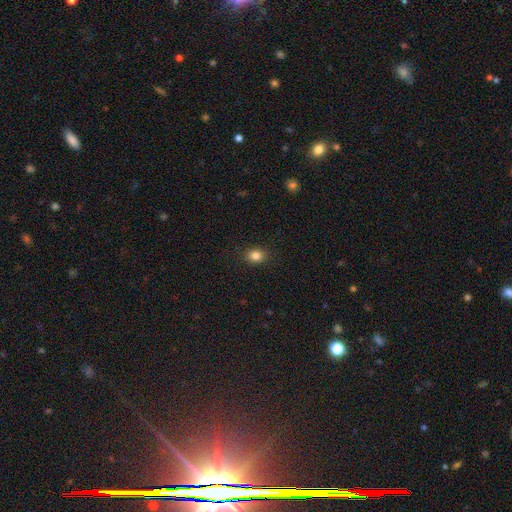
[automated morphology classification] Q: Smooth or featured?
A: smooth (83%); runner-up: star or artifact (11%)
Q: How rounded?
A: round (54%); runner-up: in between (45%)
Q: Merging?
A: none (89%); runner-up: minor disturbance (7%)